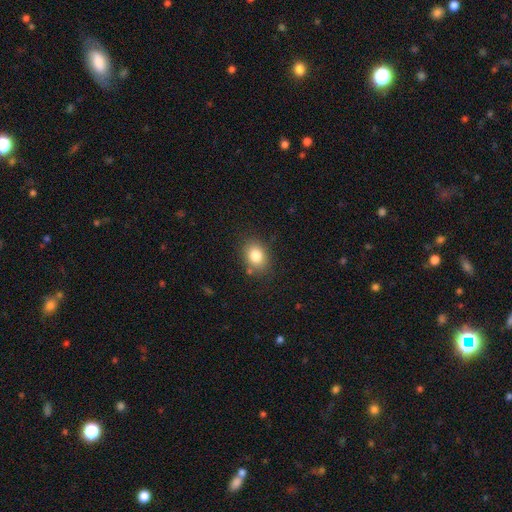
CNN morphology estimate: Smooth or featured? Predicted: smooth (p=0.82). How rounded? Predicted: in between (p=0.61). Merging? Predicted: none (p=0.81).